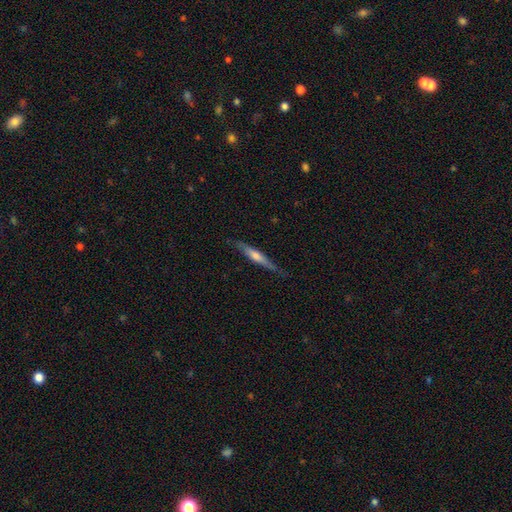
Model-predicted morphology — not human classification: smooth-or-featured: featured or disk: 62% | smooth: 33% | star or artifact: 6%
  disk-edge-on: yes: 95% | no: 5%
    edge-on-bulge: rounded: 73% | none: 17% | boxy: 10%
  merging: none: 80% | minor disturbance: 16% | major disturbance: 3% | merger: 1%